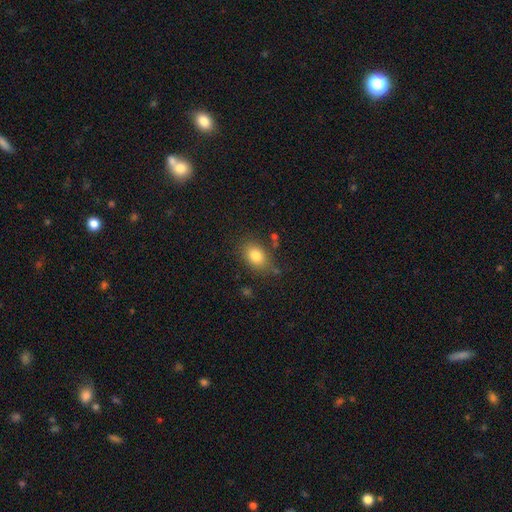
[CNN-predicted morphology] Smooth or featured?
  - smooth: 82% *
  - star or artifact: 9%
  - featured or disk: 9%
How rounded?
  - in between: 77% *
  - round: 21%
  - cigar-shaped: 1%
Merging?
  - none: 73% *
  - minor disturbance: 17%
  - major disturbance: 5%
  - merger: 4%